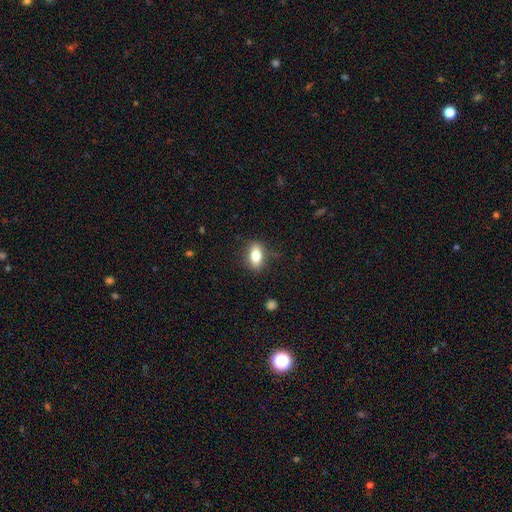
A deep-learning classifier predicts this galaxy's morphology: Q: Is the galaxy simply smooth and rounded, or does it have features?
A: smooth — 77%.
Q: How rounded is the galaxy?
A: in between — 81%.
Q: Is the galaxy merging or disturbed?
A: none — 82%.